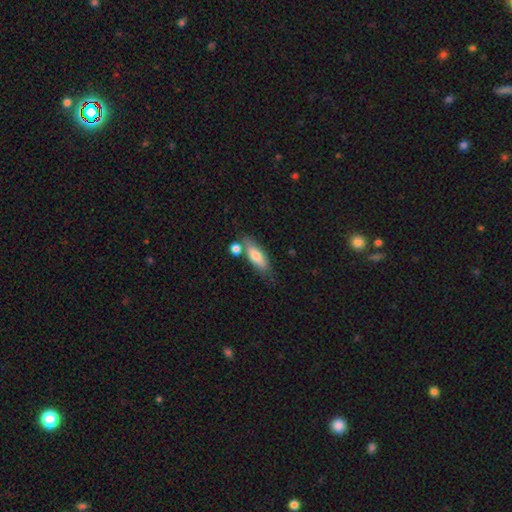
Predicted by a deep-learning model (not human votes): Overall: smooth (71%). How rounded: in between (58%; cigar-shaped 39%). Merging: none (61%).